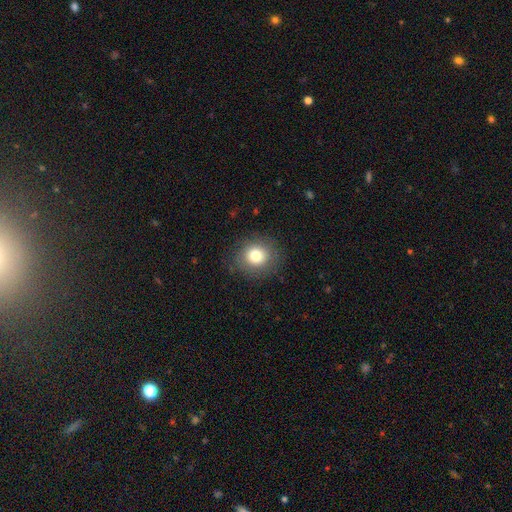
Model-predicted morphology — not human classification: Smooth or featured? Predicted: smooth (p=0.80). How rounded? Predicted: round (p=0.80). Merging? Predicted: none (p=0.85).